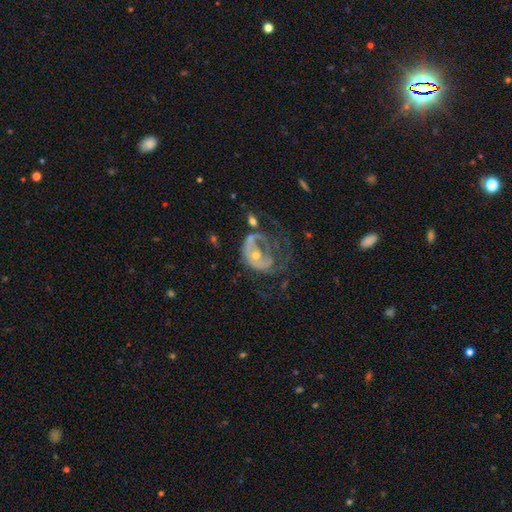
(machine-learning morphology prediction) Overall: featured or disk (72%). Edge-on disk: no (97%). Bar: no (77%). Spiral arms: yes (51%; no 49%). Bulge size: small (48%; moderate 45%). Merging: major disturbance (54%; none 20%).